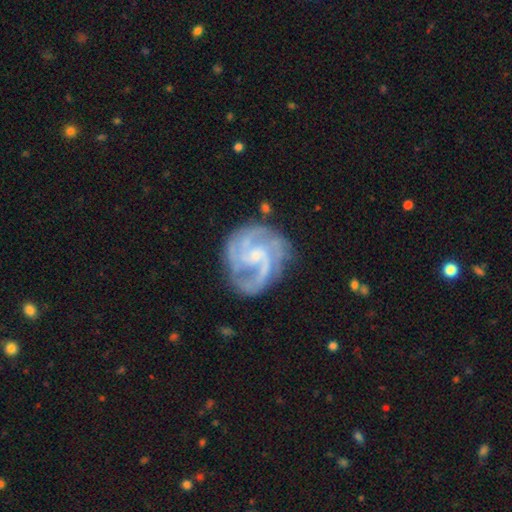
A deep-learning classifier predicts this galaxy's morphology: This is clearly a featured or disk galaxy (90%). It is clearly not viewed edge-on (98%). Bar: possibly no (50%). Spiral arm pattern: clearly yes (98%). Spiral arm count: marginally 3 (39%). Spiral winding: possibly medium (47%). Central bulge: likely small (69%). Merging: likely none (73%).